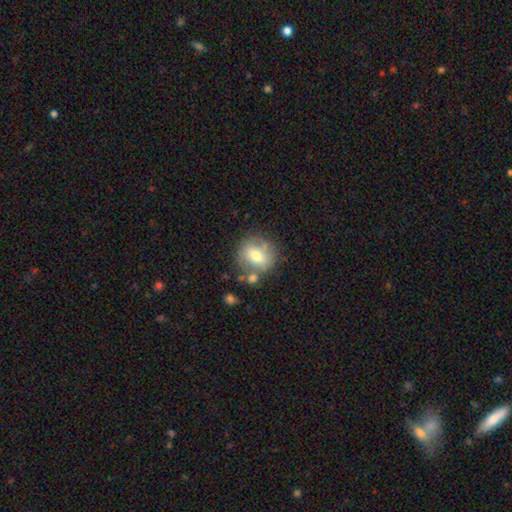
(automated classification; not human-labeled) Smooth or featured? Predicted: smooth (p=0.61). How rounded? Predicted: round (p=0.77). Merging? Predicted: none (p=0.64).